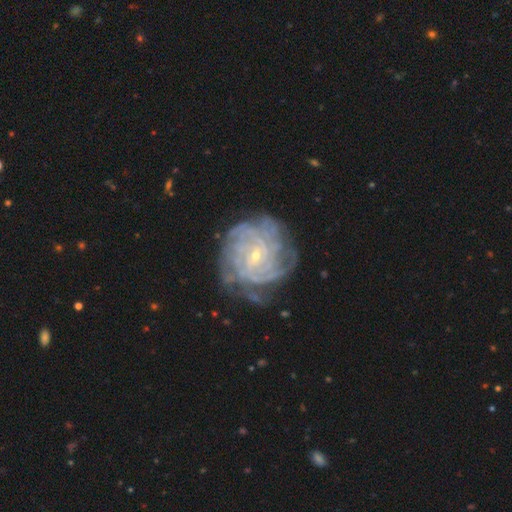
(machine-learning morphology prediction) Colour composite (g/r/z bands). It shows a featured or disk galaxy (86%) with no bar (53%), tight (76%) spiral arms (95%) and a small central bulge (83%). Merging: none (69%).